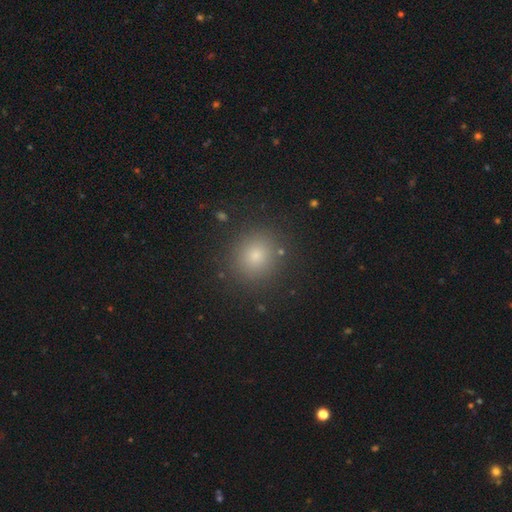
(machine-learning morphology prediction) smooth-or-featured: smooth: 77% | star or artifact: 16% | featured or disk: 7%
  how-rounded: round: 89% | in between: 10% | cigar-shaped: 1%
  merging: none: 88% | minor disturbance: 7% | major disturbance: 3% | merger: 2%